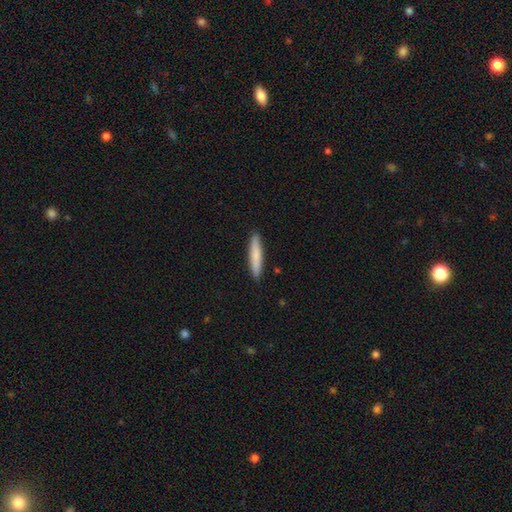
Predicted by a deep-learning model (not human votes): Q: Smooth or featured?
A: smooth (79%); runner-up: featured or disk (15%)
Q: How rounded?
A: cigar-shaped (90%); runner-up: in between (9%)
Q: Merging?
A: none (90%); runner-up: minor disturbance (7%)